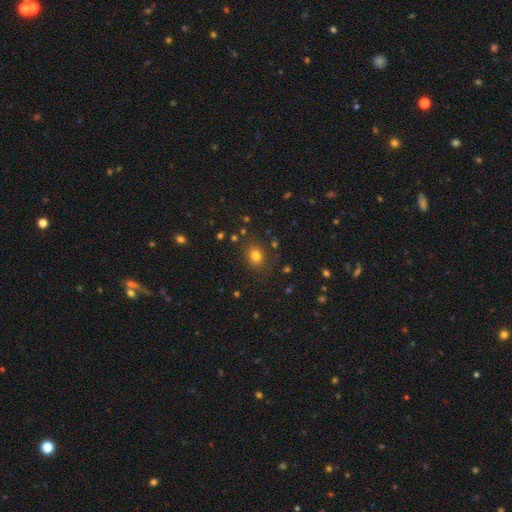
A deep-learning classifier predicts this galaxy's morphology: Smooth or featured? Predicted: smooth (p=0.77). How rounded? Predicted: round (p=0.63). Merging? Predicted: none (p=0.82).